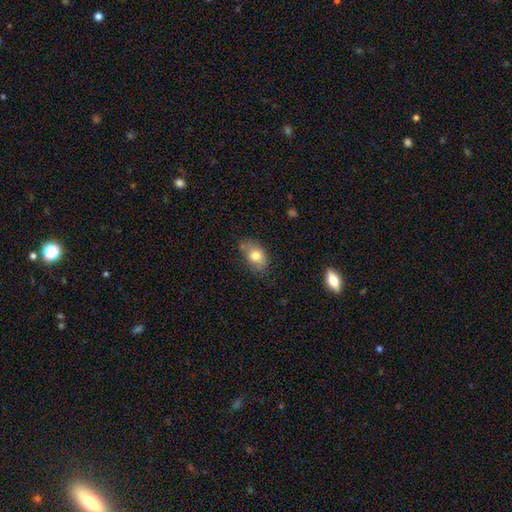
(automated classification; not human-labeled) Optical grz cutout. It shows a smooth galaxy with no disk features (76%) that is in between round and cigar-shaped (83%). Merging: none (58%).